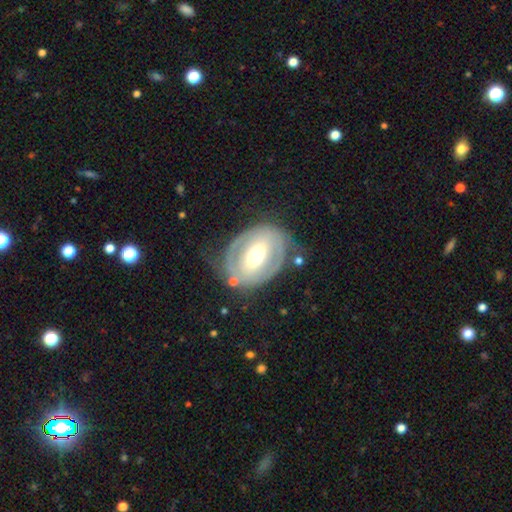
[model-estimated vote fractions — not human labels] Smooth or featured? Predicted: featured or disk (p=0.70). Edge-on disk? Predicted: no (p=0.94). Bar? Predicted: strong (p=0.37). Spiral arms? Predicted: yes (p=0.51). Bulge size? Predicted: moderate (p=0.66). Merging? Predicted: none (p=0.69).